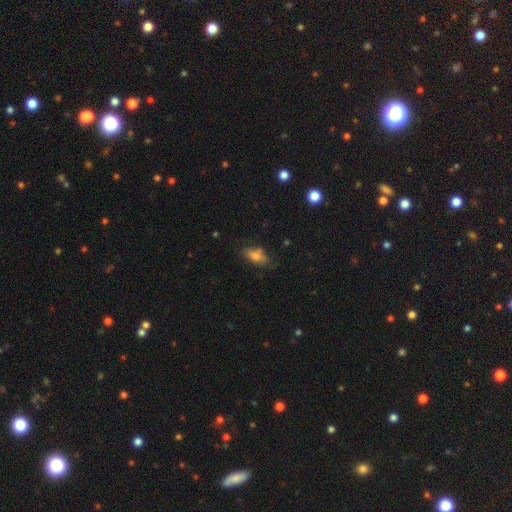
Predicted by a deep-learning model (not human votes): Smooth or featured? Predicted: smooth (p=0.72). How rounded? Predicted: in between (p=0.81). Merging? Predicted: none (p=0.61).